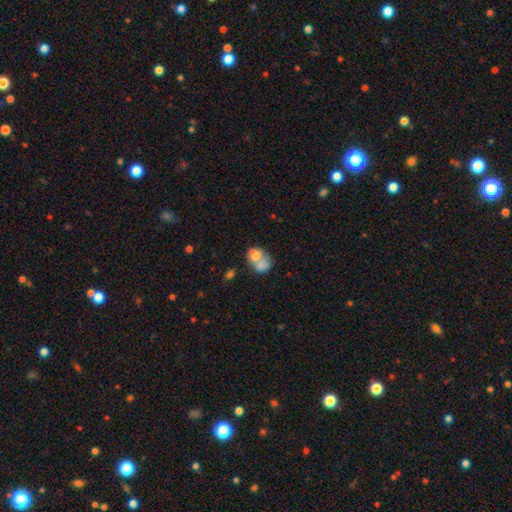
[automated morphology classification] Q: Smooth or featured?
A: smooth (67%); runner-up: featured or disk (24%)
Q: How rounded?
A: in between (55%); runner-up: round (44%)
Q: Merging?
A: merger (70%); runner-up: none (18%)